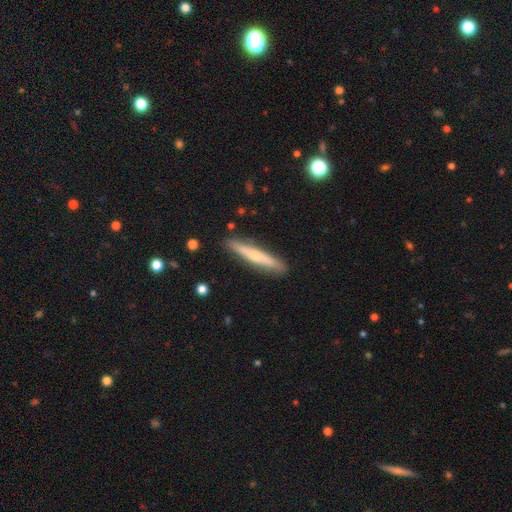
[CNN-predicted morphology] smooth-or-featured: featured or disk: 47% (tied) | smooth: 47% (tied) | star or artifact: 6%
  merging: none: 89% | minor disturbance: 8% | major disturbance: 2% | merger: 1%